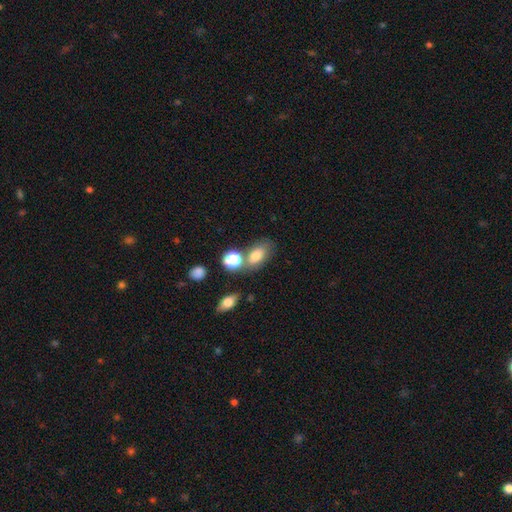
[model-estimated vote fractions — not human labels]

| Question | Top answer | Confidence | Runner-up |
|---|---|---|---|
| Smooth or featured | smooth | 77% | featured or disk (12%) |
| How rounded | in between | 84% | round (14%) |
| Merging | none | 54% | merger (24%) |